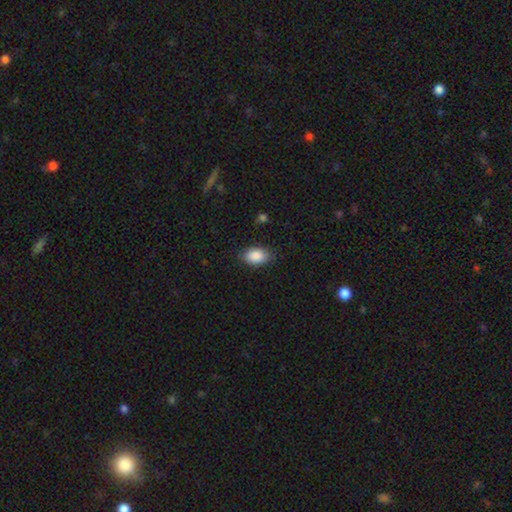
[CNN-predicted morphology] smooth_or_featured: smooth (p=0.89) [alt: star or artifact p=0.07]
how_rounded: in between (p=0.89) [alt: round p=0.09]
merging: none (p=0.81) [alt: minor disturbance p=0.15]